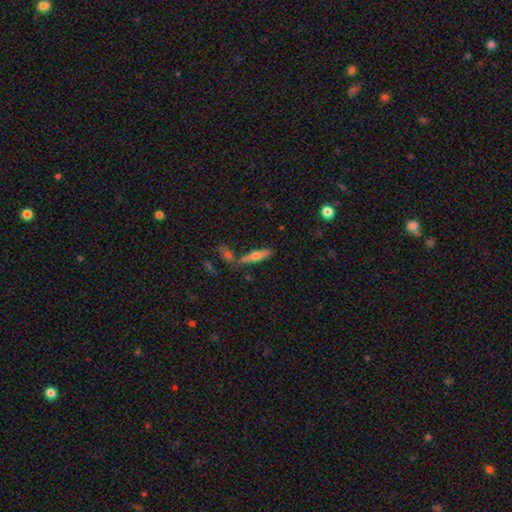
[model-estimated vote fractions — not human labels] This appears to be a featured or disk galaxy (49%). Merging: none (74%).